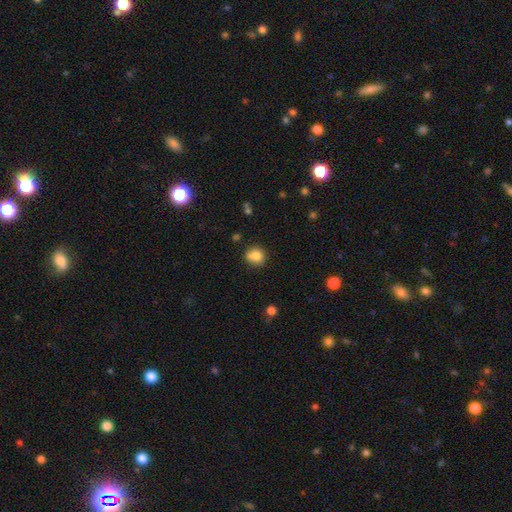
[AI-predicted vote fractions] A smooth galaxy with no disk features (81%) that is round (77%).

Vote fractions:
- Smooth or featured? smooth: 81% / star or artifact: 11% / featured or disk: 8%
- How rounded? round: 77% / in between: 22% / cigar-shaped: 1%
- Merging? none: 65% / minor disturbance: 20% / merger: 10% / major disturbance: 5%